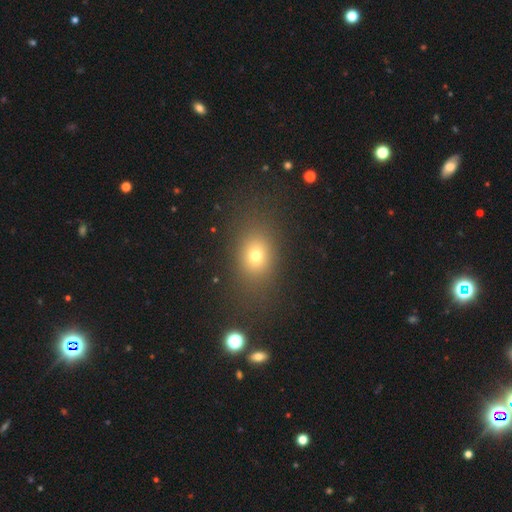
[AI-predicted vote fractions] Smooth or featured?
  - smooth: 70% *
  - star or artifact: 17%
  - featured or disk: 13%
How rounded?
  - in between: 60% *
  - round: 38%
  - cigar-shaped: 2%
Merging?
  - none: 79% *
  - minor disturbance: 11%
  - major disturbance: 7%
  - merger: 3%